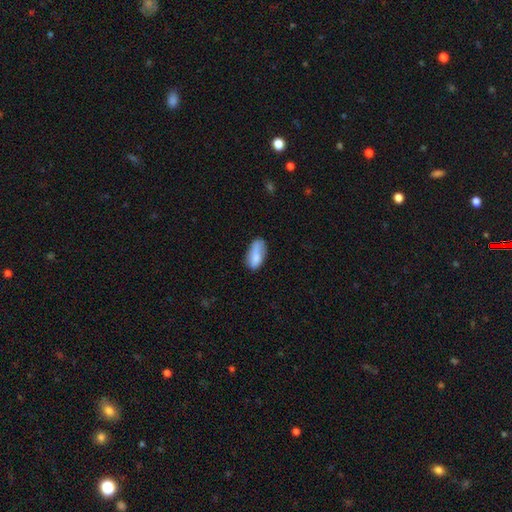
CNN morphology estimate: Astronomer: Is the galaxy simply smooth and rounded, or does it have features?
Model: smooth — 79%.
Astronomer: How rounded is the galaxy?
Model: in between — 87%.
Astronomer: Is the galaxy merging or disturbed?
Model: none — 55%.